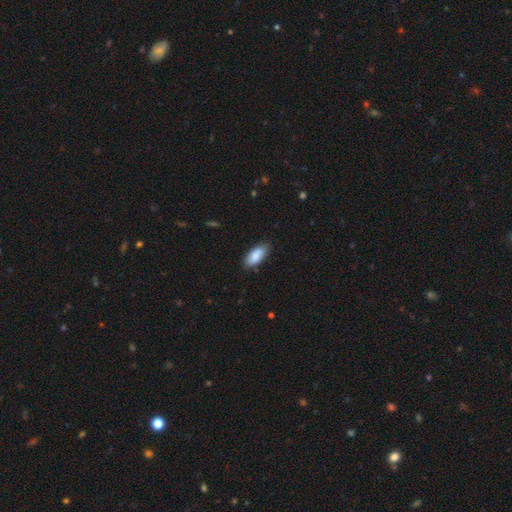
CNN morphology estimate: Smooth or featured: smooth — 86% (featured or disk — 8%)
How rounded: in between — 87% (cigar-shaped — 11%)
Merging: none — 81% (minor disturbance — 15%)